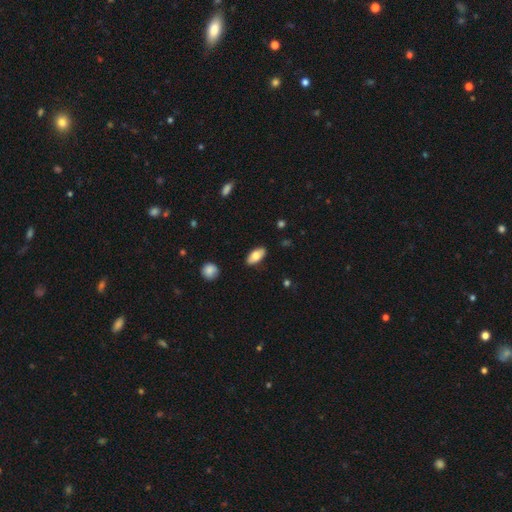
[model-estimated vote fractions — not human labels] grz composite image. It shows a smooth galaxy with no disk features (76%) that is in between round and cigar-shaped (91%). Merging: none (87%).